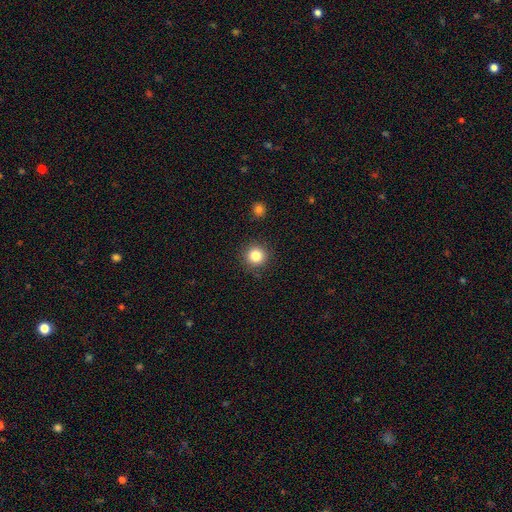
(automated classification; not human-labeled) This is clearly a smooth galaxy (83%). How rounded: clearly round (94%). Merging: clearly none (90%).